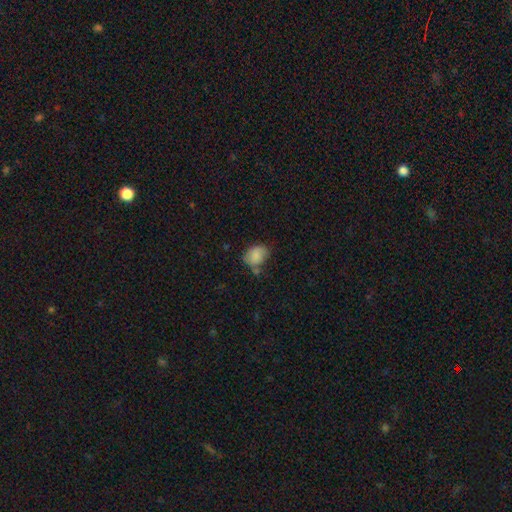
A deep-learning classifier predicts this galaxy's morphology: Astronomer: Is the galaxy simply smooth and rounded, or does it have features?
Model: smooth — 82%.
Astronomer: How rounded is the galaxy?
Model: in between — 61% (runner-up: round, 38%).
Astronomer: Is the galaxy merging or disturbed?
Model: none — 51% (runner-up: minor disturbance, 30%).